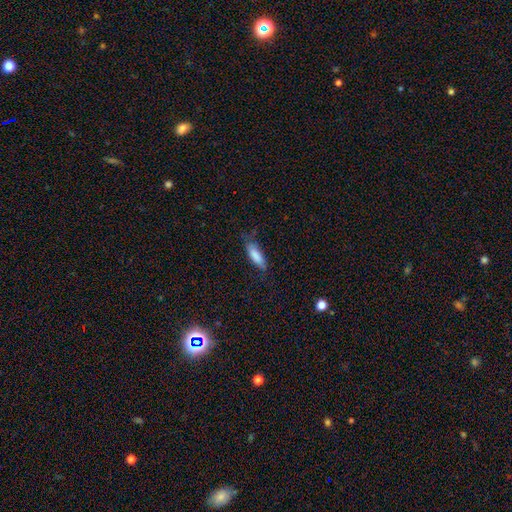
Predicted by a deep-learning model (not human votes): Smooth or featured? smooth (83%)
How rounded? in between (55%)
Merging? none (67%)